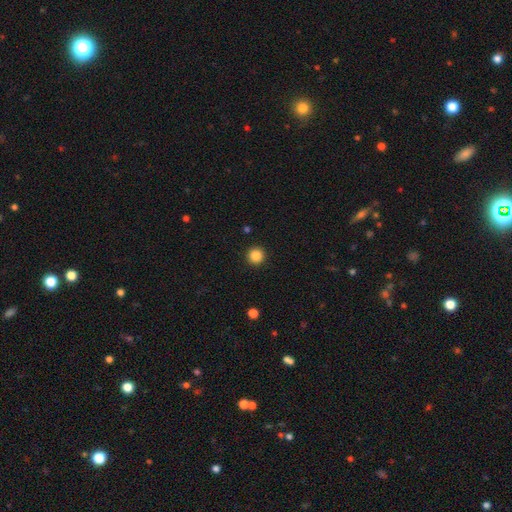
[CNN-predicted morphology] type=smooth (86%); roundness=round (96%); merging=none (93%).